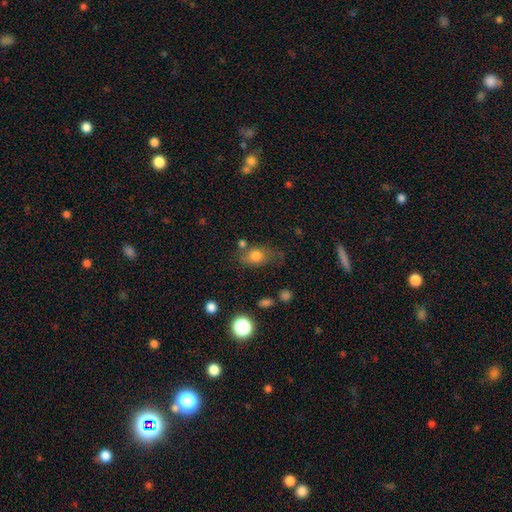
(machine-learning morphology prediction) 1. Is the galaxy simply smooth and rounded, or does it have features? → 77% smooth, 12% featured or disk, 11% star or artifact.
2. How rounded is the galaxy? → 66% in between, 32% round, 2% cigar-shaped.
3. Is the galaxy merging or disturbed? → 59% none, 23% minor disturbance, 10% major disturbance, 9% merger.